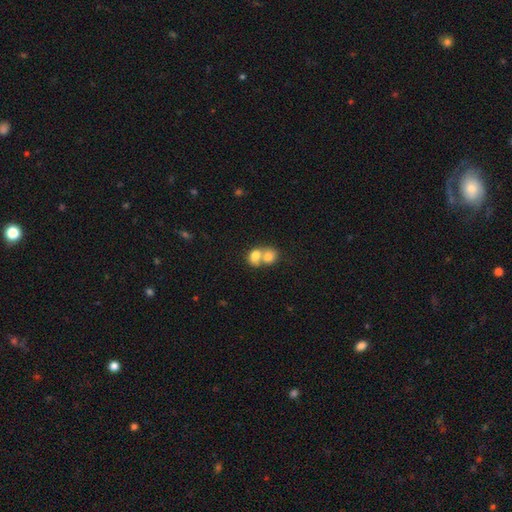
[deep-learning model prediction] Smooth or featured? smooth (77%)
How rounded? in between (51%)
Merging? merger (71%)